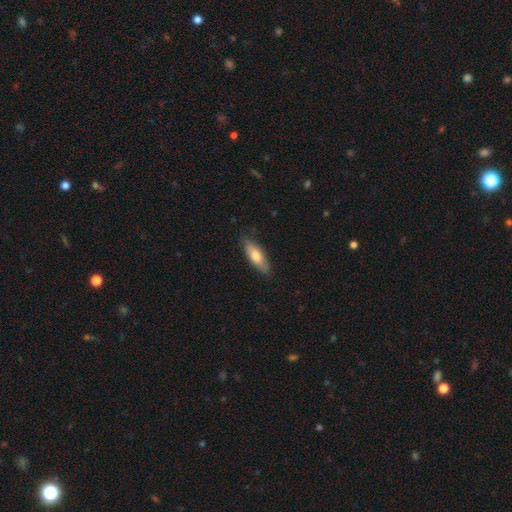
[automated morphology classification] type=smooth (70%); roundness=in between (59%); merging=none (82%).